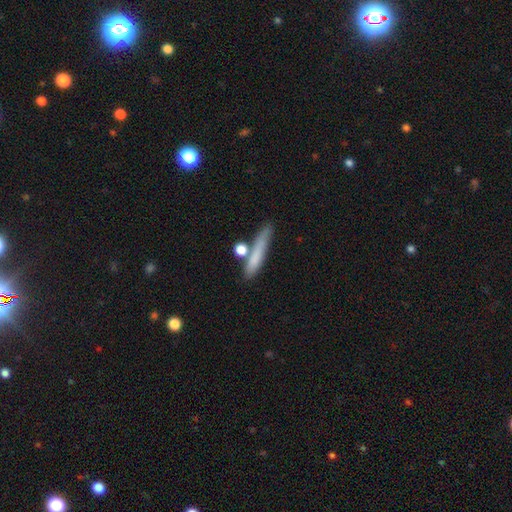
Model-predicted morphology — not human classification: A smooth galaxy with no disk features (70%) that is cigar-shaped (82%).

Vote fractions:
- Smooth or featured? smooth: 70% / featured or disk: 21% / star or artifact: 8%
- How rounded? cigar-shaped: 82% / in between: 12% / round: 6%
- Merging? none: 65% / minor disturbance: 15% / merger: 15% / major disturbance: 6%